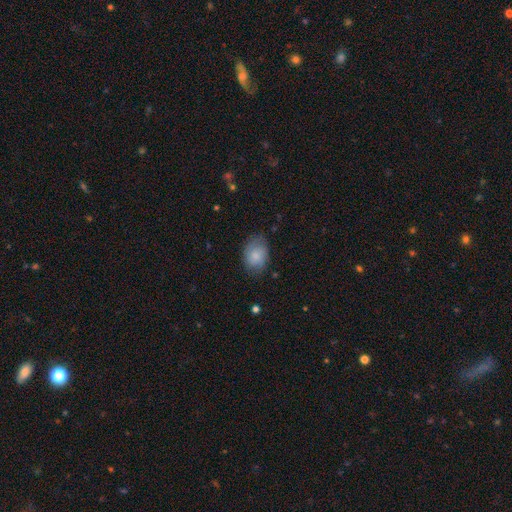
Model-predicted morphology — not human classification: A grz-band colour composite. It shows a smooth galaxy with no disk features (80%) that is in between round and cigar-shaped (75%). Merging: none (70%).